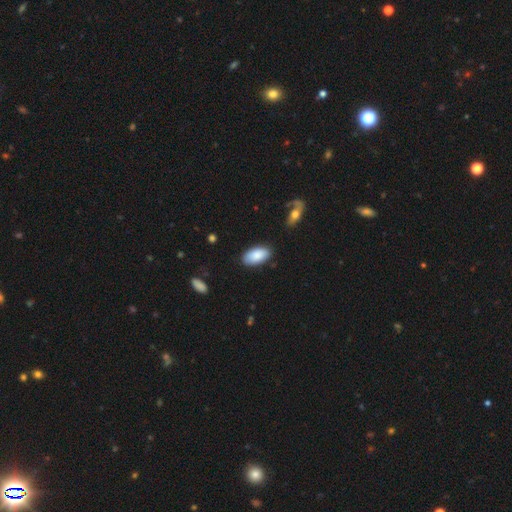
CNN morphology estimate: Q: Smooth or featured?
A: smooth (88%); runner-up: featured or disk (7%)
Q: How rounded?
A: in between (95%); runner-up: cigar-shaped (3%)
Q: Merging?
A: none (85%); runner-up: minor disturbance (11%)